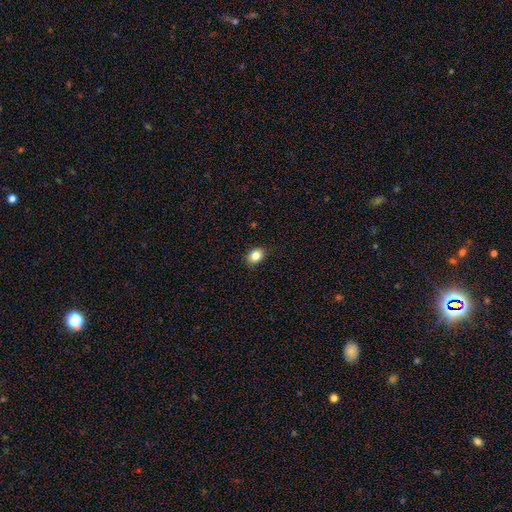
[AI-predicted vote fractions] Morphology: type=smooth (84%); roundness=in between (69%); merging=none (86%).